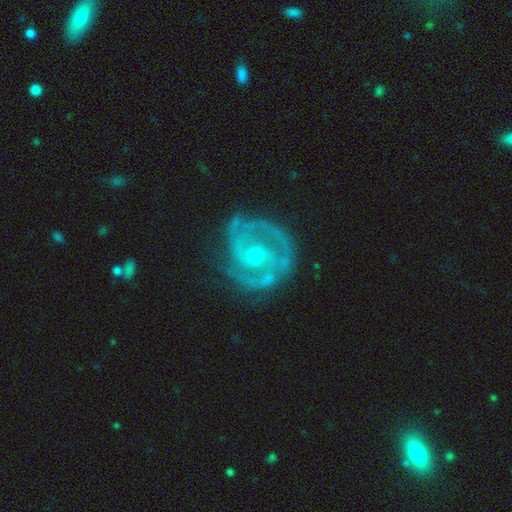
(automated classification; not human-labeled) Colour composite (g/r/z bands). It shows a featured or disk galaxy (90%) with no bar (61%), 2 (63%) tight (60%) spiral arms (96%) and a small central bulge (57%). Merging: none (71%).